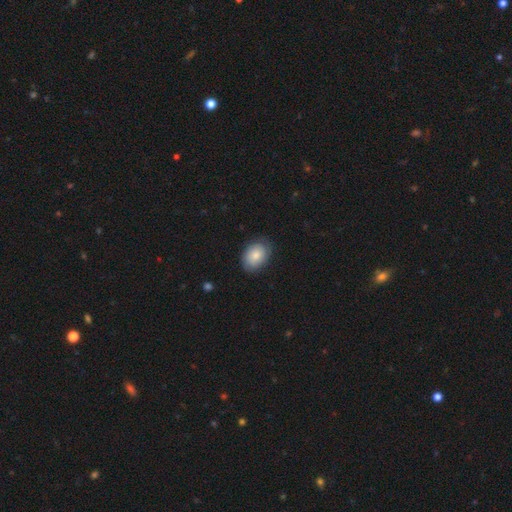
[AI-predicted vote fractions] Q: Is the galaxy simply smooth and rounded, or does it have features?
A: smooth — 80%.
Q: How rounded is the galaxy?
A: in between — 76%.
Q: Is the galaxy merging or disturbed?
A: none — 81%.